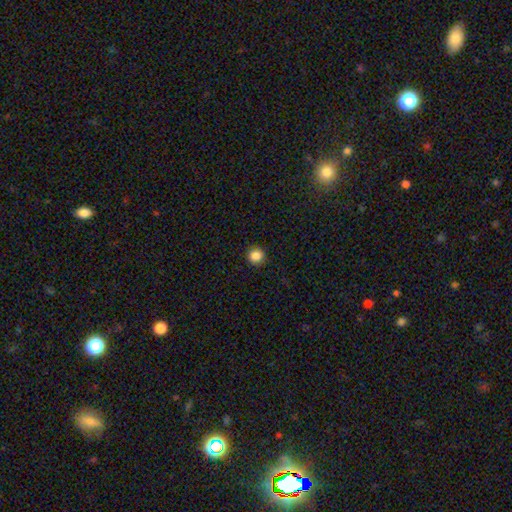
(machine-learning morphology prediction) A smooth galaxy with no disk features (86%) that is round (95%). Merging: none (93%).